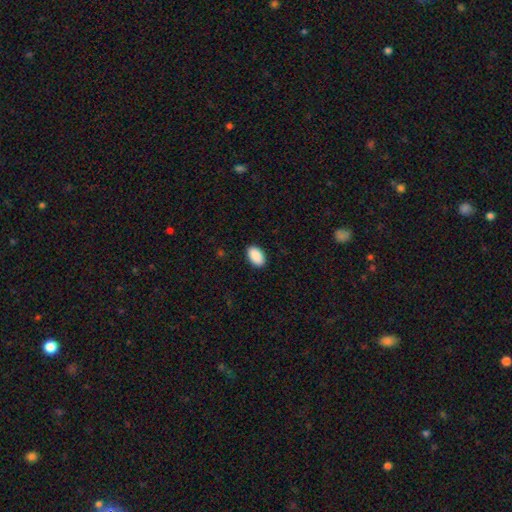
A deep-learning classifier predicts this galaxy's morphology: Smooth or featured? smooth (91%)
How rounded? in between (94%)
Merging? none (90%)